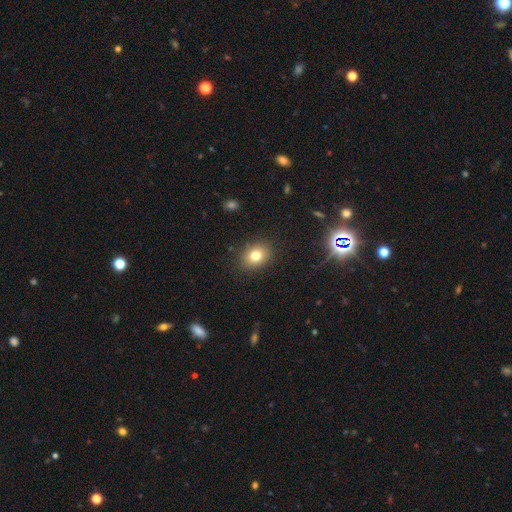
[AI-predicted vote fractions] This appears to be a smooth galaxy with no disk features (79%) that is in between round and cigar-shaped (55%). Merging: none (88%).